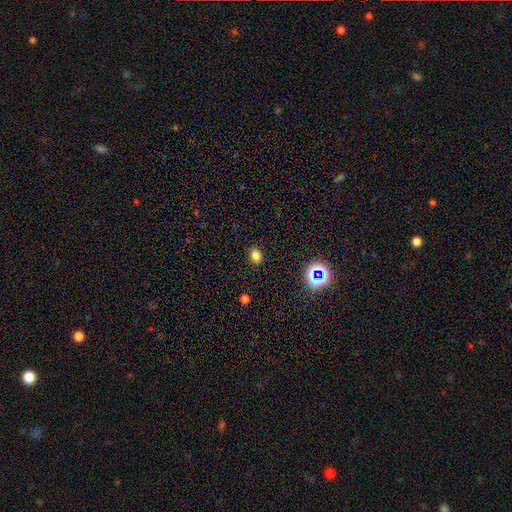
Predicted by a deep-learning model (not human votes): Overall: smooth (77%). How rounded: in between (66%; round 32%). Merging: none (87%).